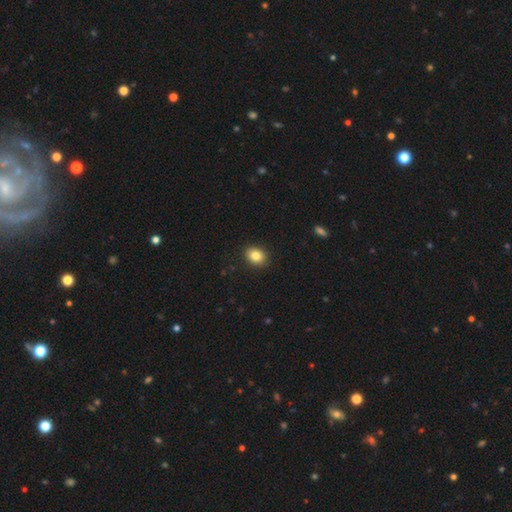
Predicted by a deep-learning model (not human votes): smooth-or-featured: smooth: 84% | star or artifact: 9% | featured or disk: 7%
  how-rounded: in between: 53% | round: 46% | cigar-shaped: 1%
  merging: none: 90% | minor disturbance: 7% | major disturbance: 2% | merger: 1%